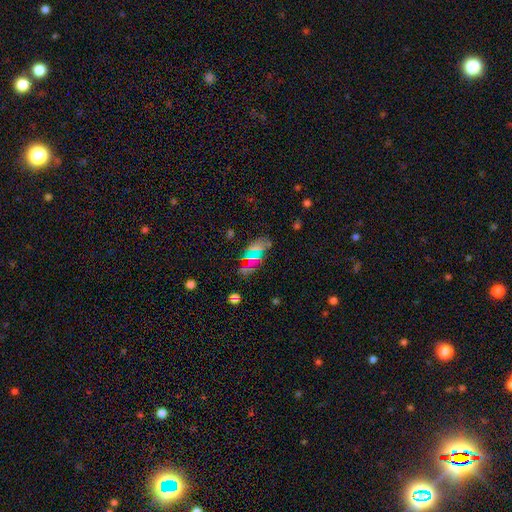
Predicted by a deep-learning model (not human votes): Q: Smooth or featured?
A: smooth (56%); runner-up: star or artifact (31%)
Q: How rounded?
A: in between (85%); runner-up: round (9%)
Q: Merging?
A: none (74%); runner-up: minor disturbance (16%)